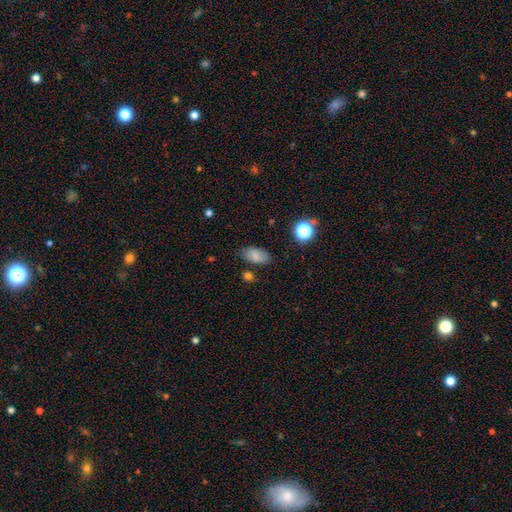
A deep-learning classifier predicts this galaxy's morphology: This is likely a smooth galaxy (80%). How rounded: clearly in between (91%). Merging: likely none (78%).